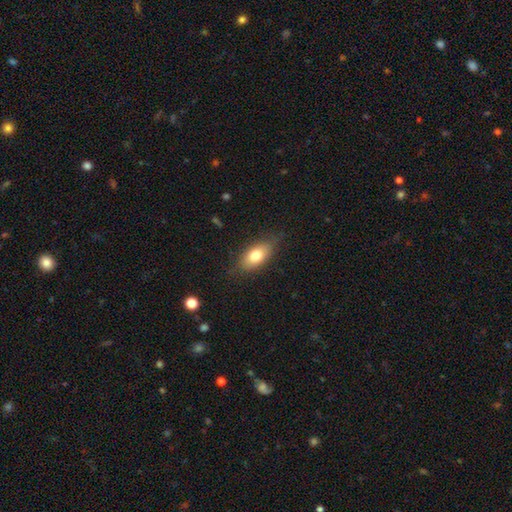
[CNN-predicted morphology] This is likely a smooth galaxy (75%). How rounded: clearly in between (86%). Merging: likely none (80%).